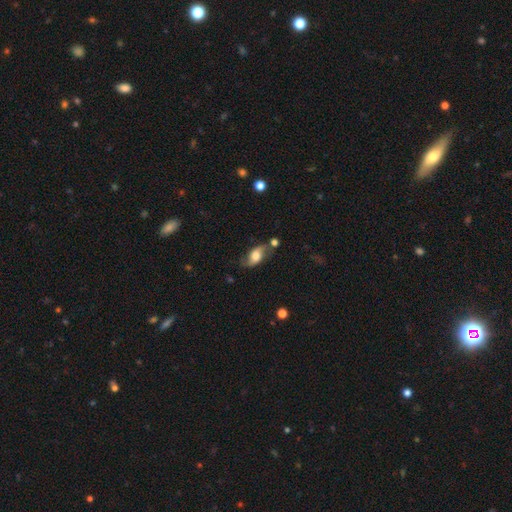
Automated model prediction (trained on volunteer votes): Smooth or featured: featured or disk — 54% (smooth — 37%)
Edge-on disk: no — 86% (yes — 14%)
Merging: none — 61% (minor disturbance — 22%)